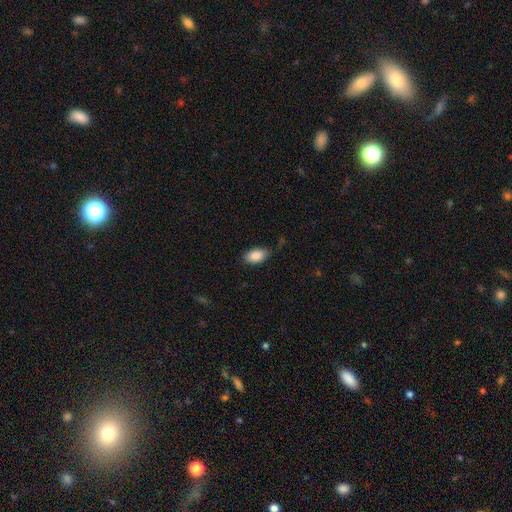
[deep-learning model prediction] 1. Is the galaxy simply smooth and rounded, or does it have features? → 88% smooth, 7% star or artifact, 5% featured or disk.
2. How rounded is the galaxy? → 92% in between, 5% round, 2% cigar-shaped.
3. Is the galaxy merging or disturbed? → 76% none, 18% minor disturbance, 4% major disturbance, 1% merger.